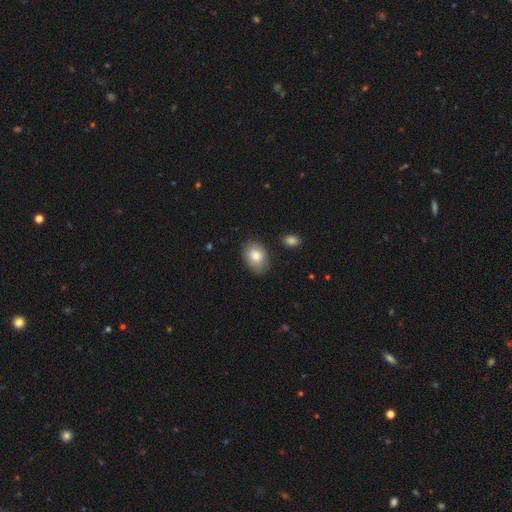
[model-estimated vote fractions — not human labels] The model was most divided on "how rounded": in between: 79%, round: 20%, cigar-shaped: 1%. More confident: smooth or featured — smooth (81%); merging — none (78%).